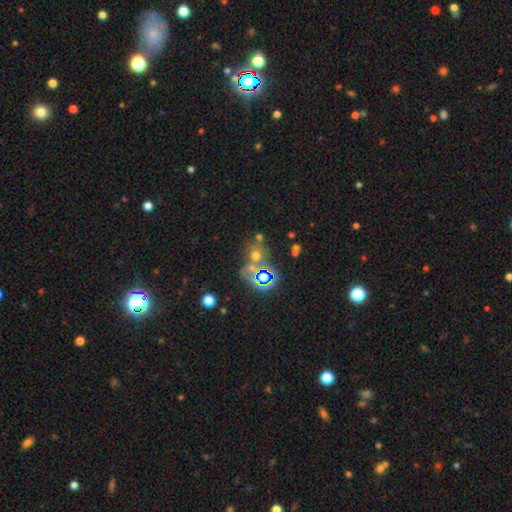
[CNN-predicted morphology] A smooth galaxy with no disk features (54%) that is round (75%). Merging: none (58%).